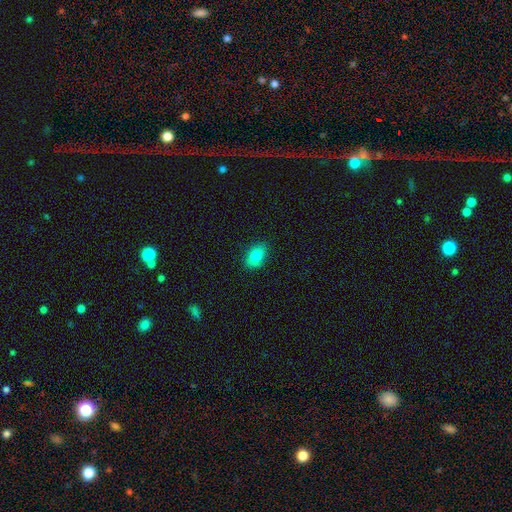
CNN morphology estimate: Overall: smooth (82%). How rounded: in between (86%). Merging: none (86%).